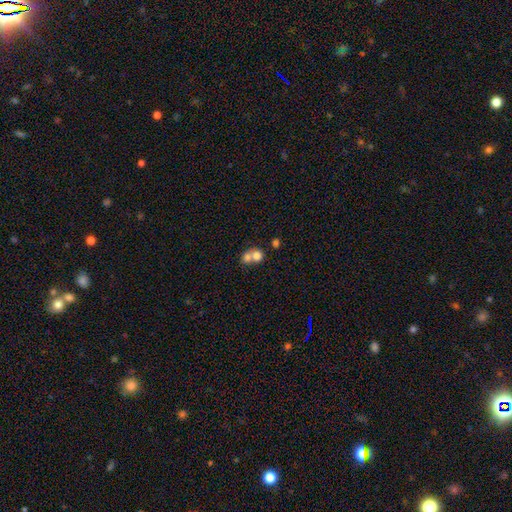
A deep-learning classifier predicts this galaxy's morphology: This is likely a smooth galaxy (74%). How rounded: likely round (69%). Merging: likely merger (67%).